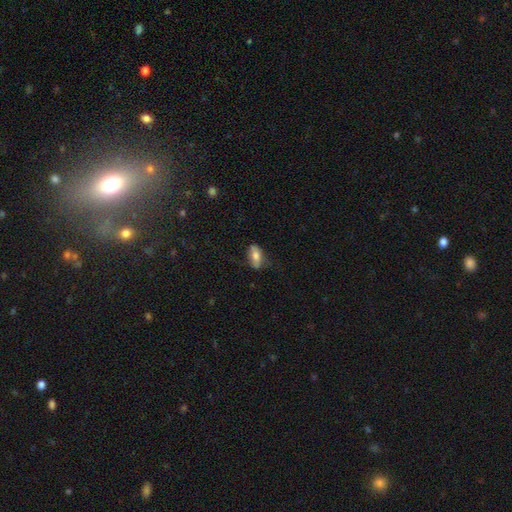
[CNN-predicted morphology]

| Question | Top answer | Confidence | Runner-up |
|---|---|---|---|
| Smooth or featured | smooth | 70% | featured or disk (22%) |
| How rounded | in between | 86% | cigar-shaped (9%) |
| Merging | none | 68% | minor disturbance (24%) |